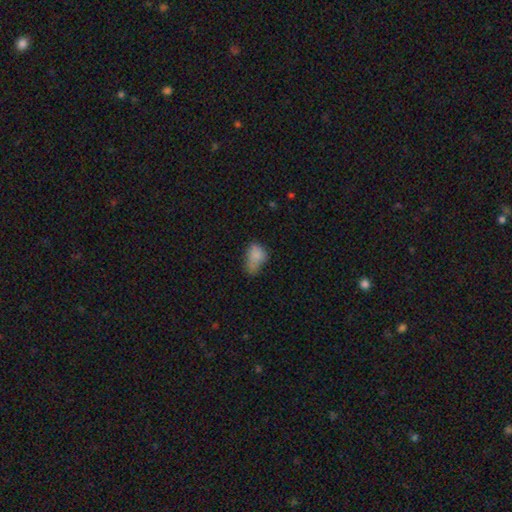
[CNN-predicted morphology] Overall: smooth (77%). How rounded: in between (82%). Merging: minor disturbance (33%; none 32%).